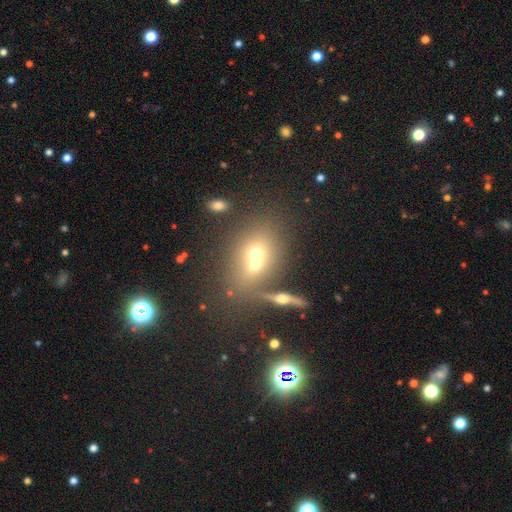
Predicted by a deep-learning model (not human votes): Overall: smooth (52%; featured or disk 25%). How rounded: in between (57%; round 39%). Merging: merger (45%; none 41%).